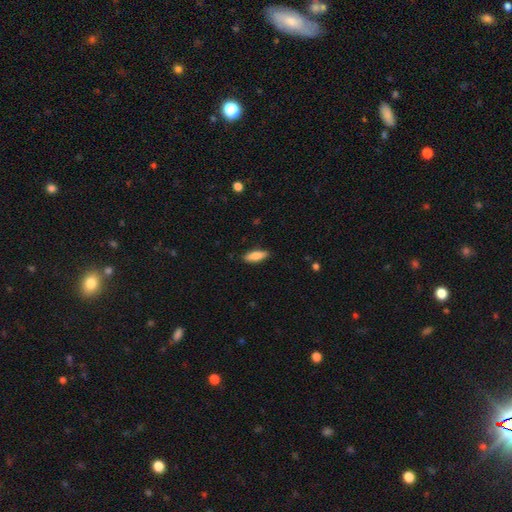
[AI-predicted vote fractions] Smooth or featured? Predicted: smooth (p=0.85). How rounded? Predicted: in between (p=0.63). Merging? Predicted: none (p=0.86).